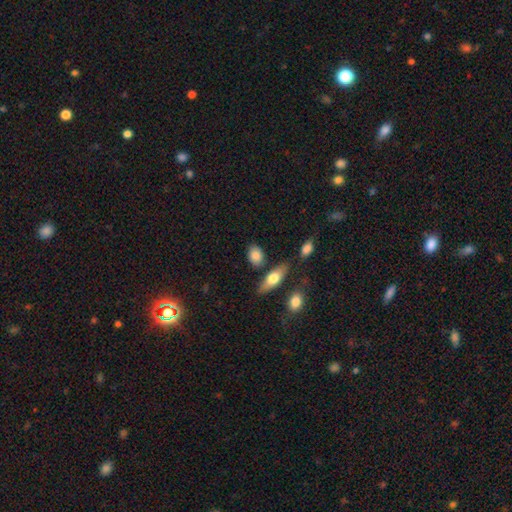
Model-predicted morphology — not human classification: Smooth or featured: smooth — 83% (featured or disk — 11%)
How rounded: in between — 74% (round — 21%)
Merging: none — 77% (minor disturbance — 12%)